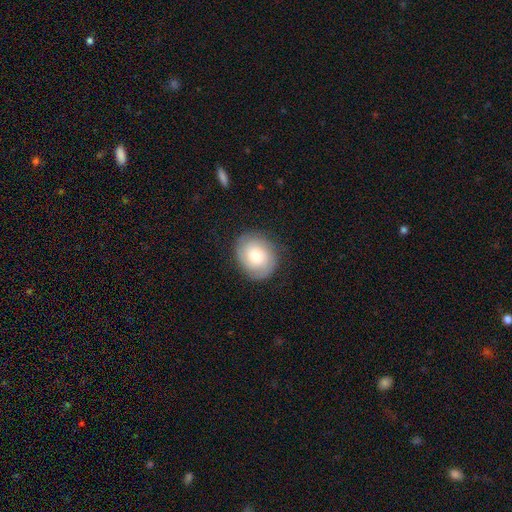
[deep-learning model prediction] Overall: smooth (52%; featured or disk 40%). How rounded: round (65%; in between 34%). Merging: none (83%).